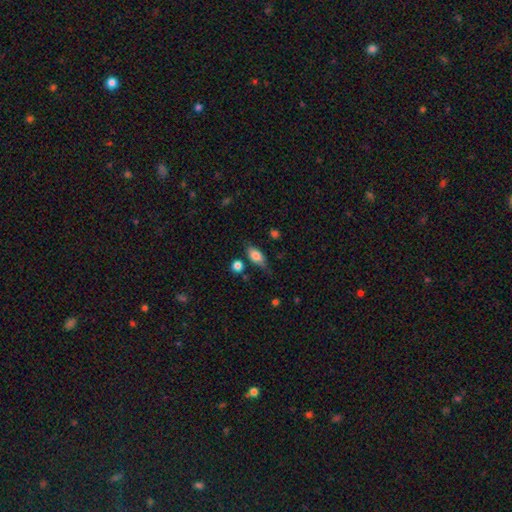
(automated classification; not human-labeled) A smooth galaxy with no disk features (77%) that is in between round and cigar-shaped (82%).

Vote fractions:
- Smooth or featured? smooth: 77% / featured or disk: 16% / star or artifact: 8%
- How rounded? in between: 82% / cigar-shaped: 11% / round: 7%
- Merging? none: 62% / minor disturbance: 26% / major disturbance: 7% / merger: 5%